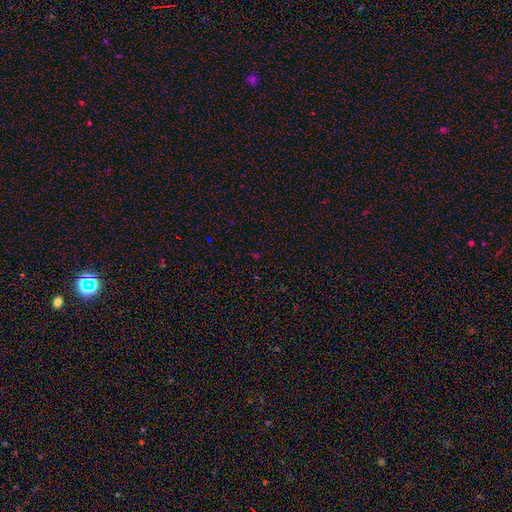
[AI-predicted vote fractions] Smooth or featured? star or artifact (64%)